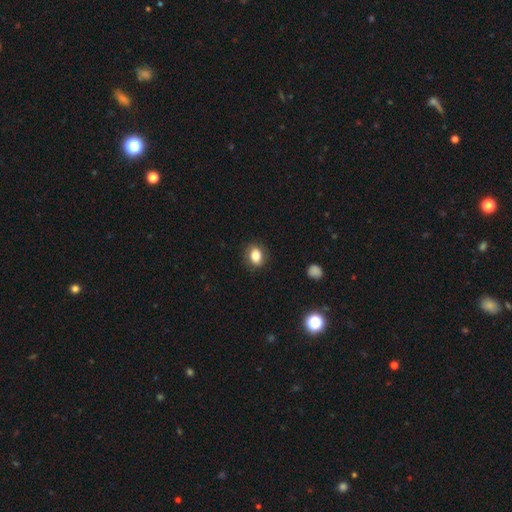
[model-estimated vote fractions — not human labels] smooth_or_featured: smooth (p=0.82) [alt: star or artifact p=0.09]
how_rounded: in between (p=0.60) [alt: round p=0.38]
merging: none (p=0.85) [alt: minor disturbance p=0.11]